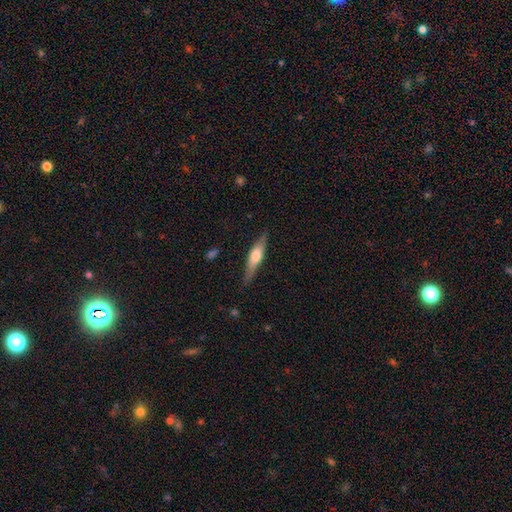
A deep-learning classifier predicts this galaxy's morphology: Smooth or featured?
  - featured or disk: 54% *
  - smooth: 41%
  - star or artifact: 5%
Edge-on disk?
  - yes: 94% *
  - no: 6%
Edge-on bulge?
  - rounded: 84% *
  - boxy: 11%
  - none: 5%
Merging?
  - none: 82% *
  - minor disturbance: 14%
  - major disturbance: 3%
  - merger: 1%